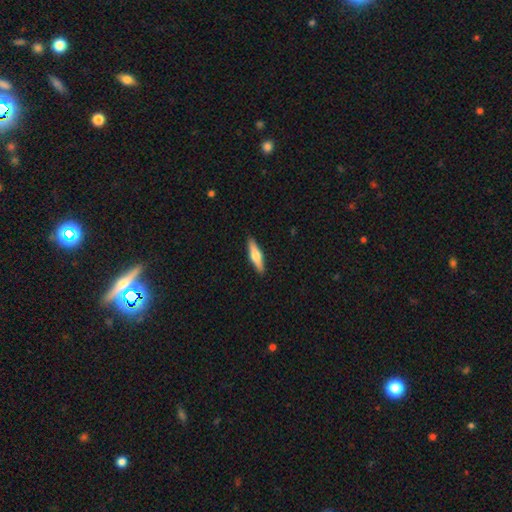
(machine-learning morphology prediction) A smooth galaxy with no disk features (49%).

Vote fractions:
- Smooth or featured? smooth: 49% / featured or disk: 46% / star or artifact: 5%
- Merging? none: 91% / minor disturbance: 6% / major disturbance: 1% / merger: 1%